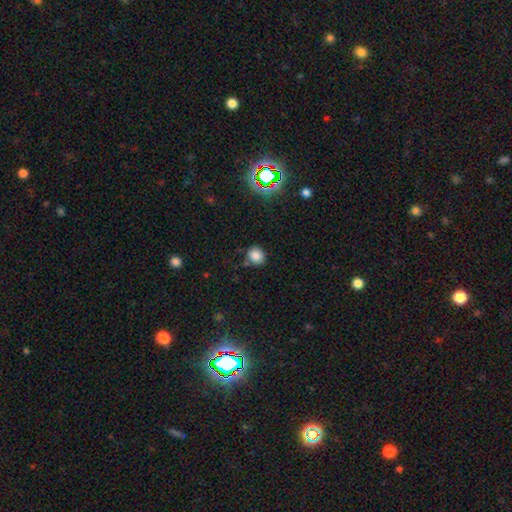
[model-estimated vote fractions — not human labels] A smooth galaxy with no disk features (81%) that is round (72%). Merging: none (79%).